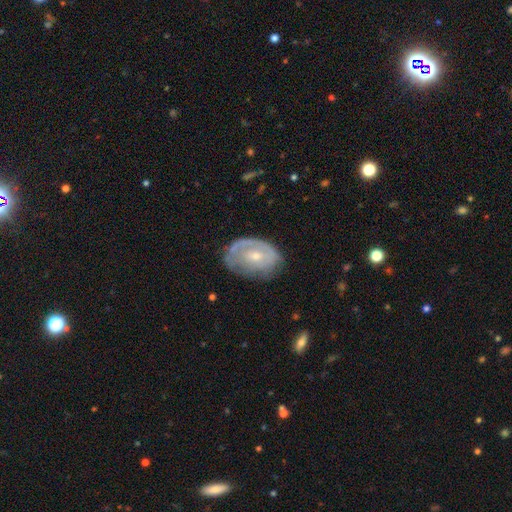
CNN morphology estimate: Smooth or featured?
  - featured or disk: 63% *
  - smooth: 31%
  - star or artifact: 6%
Edge-on disk?
  - no: 95% *
  - yes: 5%
Bar?
  - no: 70% *
  - weak: 26%
  - strong: 5%
Spiral arms?
  - yes: 64% *
  - no: 36%
Bulge size?
  - small: 57% *
  - moderate: 39%
  - none: 2%
  - large: 2%
  - dominant: 1%
Merging?
  - none: 57% *
  - minor disturbance: 27%
  - major disturbance: 14%
  - merger: 2%